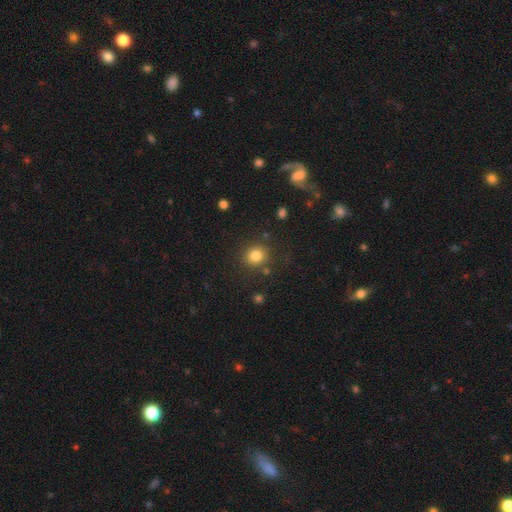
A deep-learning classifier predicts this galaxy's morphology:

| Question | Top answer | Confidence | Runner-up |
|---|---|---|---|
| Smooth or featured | smooth | 82% | star or artifact (12%) |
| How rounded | round | 83% | in between (17%) |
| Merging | none | 83% | minor disturbance (9%) |